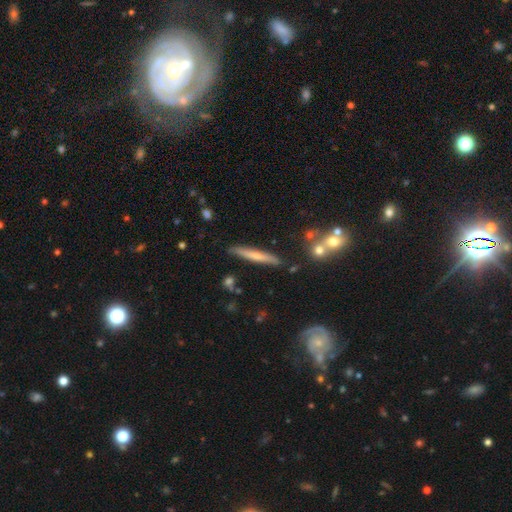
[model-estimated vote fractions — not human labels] The model was most divided on "smooth or featured": smooth: 55%, featured or disk: 38%, star or artifact: 6%. More confident: how rounded — cigar-shaped (94%); merging — none (85%).